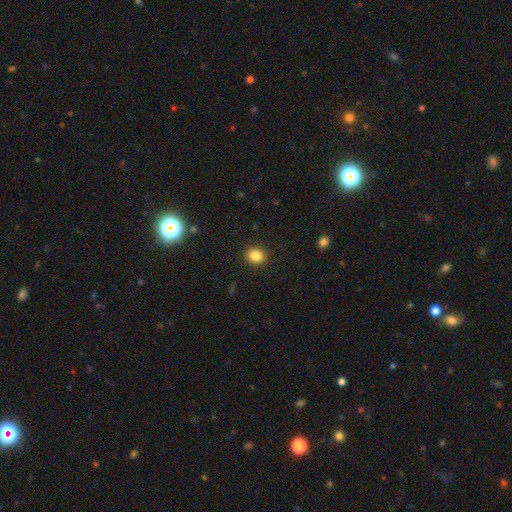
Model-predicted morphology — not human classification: Smooth or featured: smooth — 84% (star or artifact — 11%)
How rounded: round — 80% (in between — 19%)
Merging: none — 91% (minor disturbance — 6%)